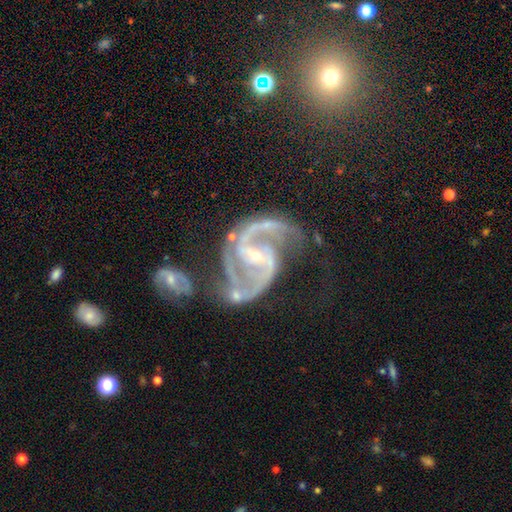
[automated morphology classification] Q: Smooth or featured?
A: featured or disk (93%); runner-up: star or artifact (5%)
Q: Edge-on disk?
A: no (98%); runner-up: yes (2%)
Q: Bar?
A: weak (37%); runner-up: strong (36%)
Q: Spiral arms?
A: yes (98%); runner-up: no (2%)
Q: Spiral winding?
A: medium (59%); runner-up: loose (22%)
Q: Spiral arm count?
A: 2 (90%); runner-up: 3 (4%)
Q: Bulge size?
A: small (73%); runner-up: moderate (24%)
Q: Merging?
A: none (42%); runner-up: minor disturbance (22%)